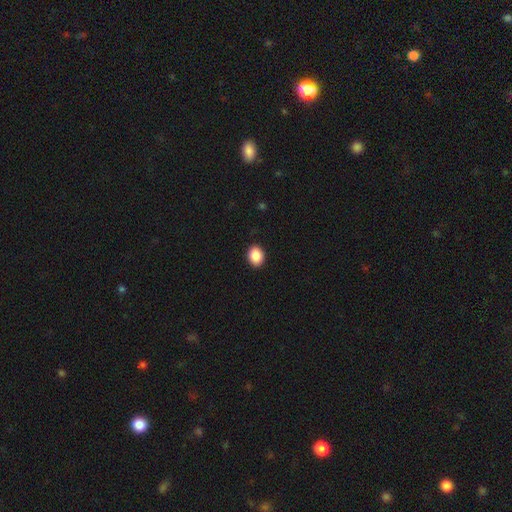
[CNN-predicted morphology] type=smooth (89%); roundness=in between (58%); merging=none (91%).